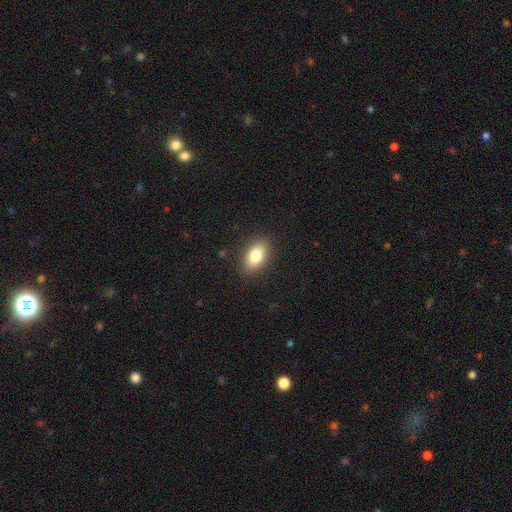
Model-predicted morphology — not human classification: A smooth galaxy with no disk features (80%) that is in between round and cigar-shaped (89%). Merging: none (87%).